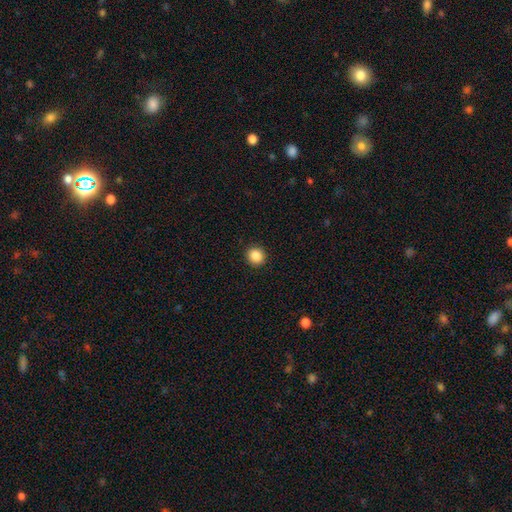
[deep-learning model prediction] Smooth or featured?
  - smooth: 88% *
  - star or artifact: 9%
  - featured or disk: 3%
How rounded?
  - round: 91% *
  - in between: 8%
  - cigar-shaped: 1%
Merging?
  - none: 92% *
  - minor disturbance: 5%
  - major disturbance: 2%
  - merger: 1%